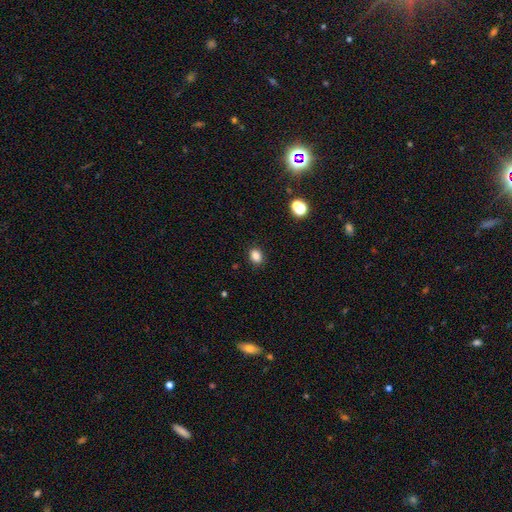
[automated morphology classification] This appears to be a smooth galaxy with no disk features (85%) that is in between round and cigar-shaped (57%). Merging: none (88%).